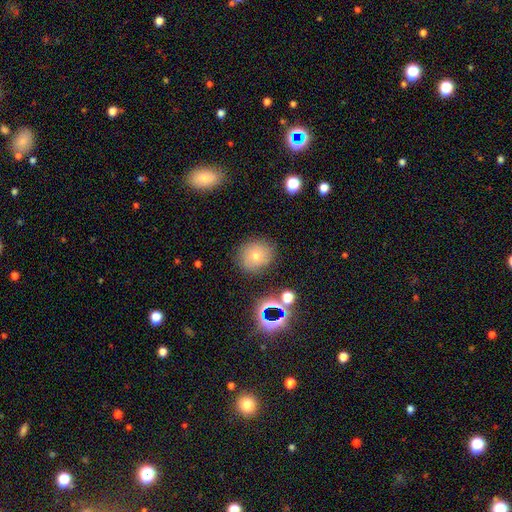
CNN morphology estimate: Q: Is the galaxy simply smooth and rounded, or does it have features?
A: smooth — 58%.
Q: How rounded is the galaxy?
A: round — 79%.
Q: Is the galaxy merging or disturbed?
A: none — 84%.